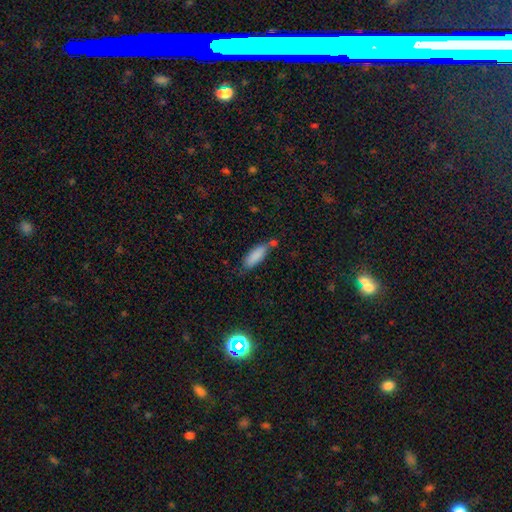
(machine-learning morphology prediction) This appears to be a smooth galaxy with no disk features (85%) that is in between round and cigar-shaped (65%). Merging: none (46%).